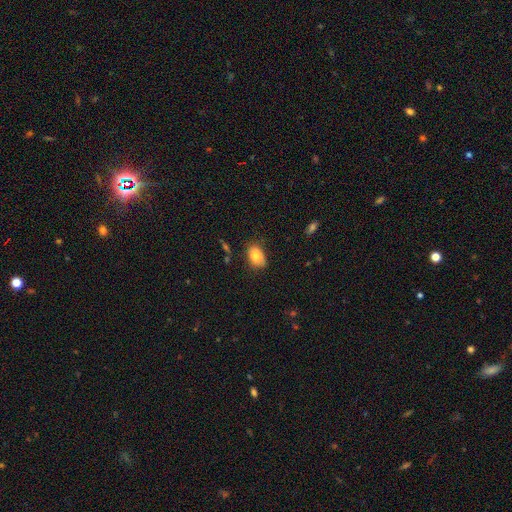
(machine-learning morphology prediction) type=smooth (81%); roundness=in between (87%); merging=none (67%).